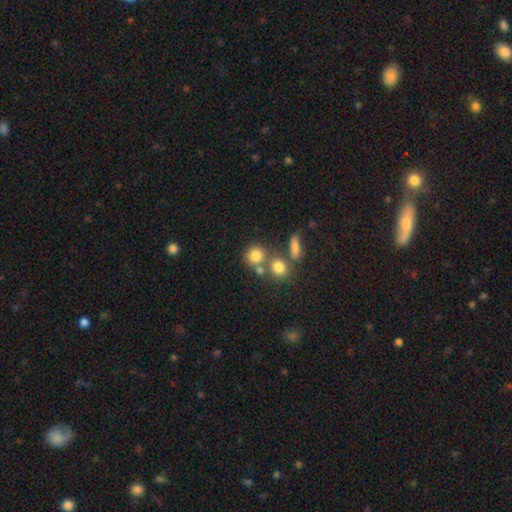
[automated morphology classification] Smooth or featured?
  - smooth: 76% *
  - star or artifact: 14%
  - featured or disk: 11%
How rounded?
  - round: 83% *
  - in between: 16%
  - cigar-shaped: 2%
Merging?
  - none: 54% *
  - merger: 31%
  - minor disturbance: 10%
  - major disturbance: 5%